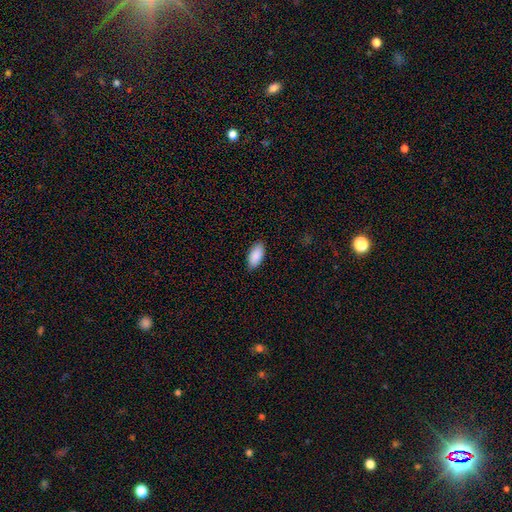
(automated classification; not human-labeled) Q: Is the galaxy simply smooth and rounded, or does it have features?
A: smooth — 90%.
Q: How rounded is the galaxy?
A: in between — 92%.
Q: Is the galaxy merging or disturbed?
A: none — 87%.